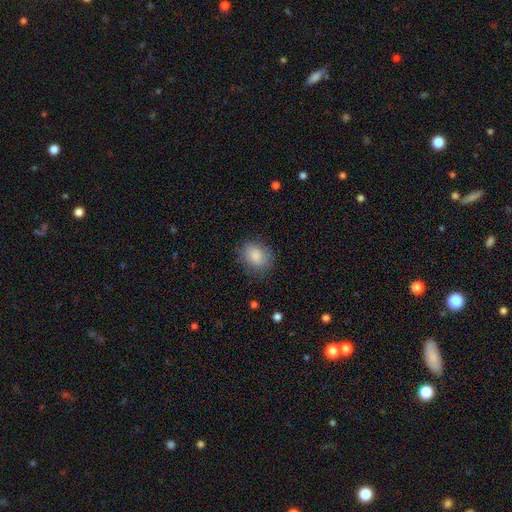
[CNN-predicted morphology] Smooth or featured? smooth (86%)
How rounded? in between (50%)
Merging? none (80%)